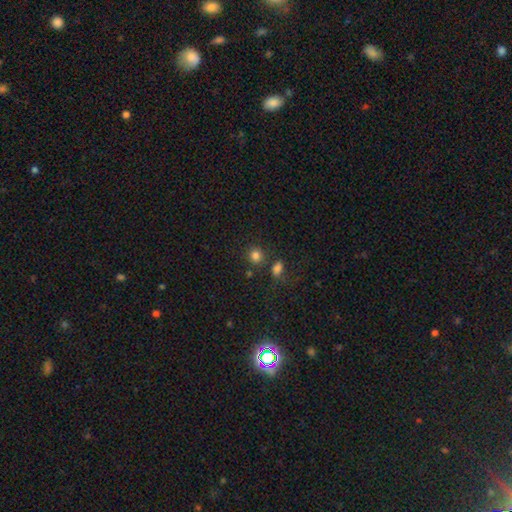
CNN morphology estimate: A smooth galaxy with no disk features (81%) that is round (85%). Merging: none (76%).